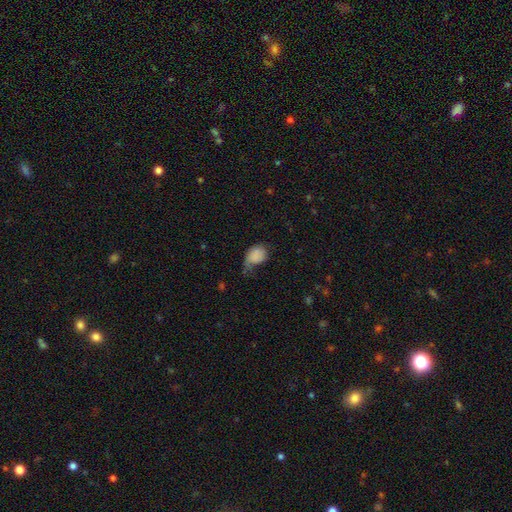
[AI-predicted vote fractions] Smooth or featured: smooth — 82% (featured or disk — 11%)
How rounded: in between — 63% (round — 36%)
Merging: minor disturbance — 37% (major disturbance — 30%)